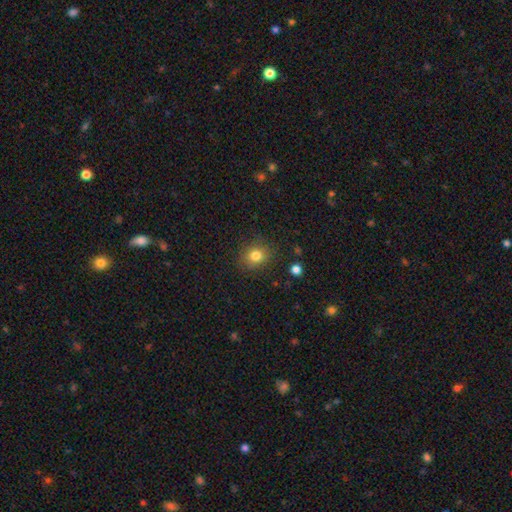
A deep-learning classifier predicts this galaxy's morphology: This appears to be a smooth galaxy with no disk features (81%) that is round (75%). Merging: none (86%).